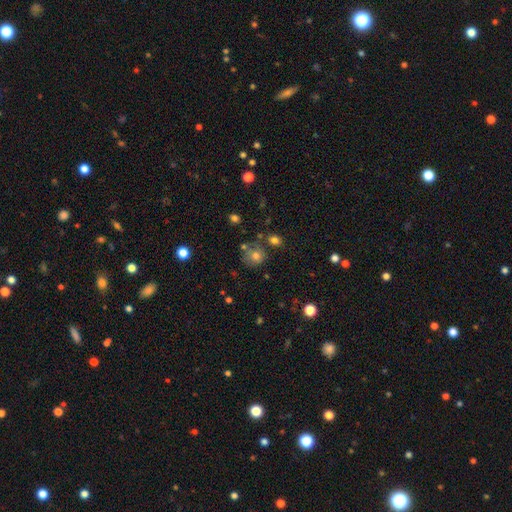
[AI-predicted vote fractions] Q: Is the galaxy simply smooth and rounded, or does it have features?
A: smooth — 73%.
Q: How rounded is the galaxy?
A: round — 81%.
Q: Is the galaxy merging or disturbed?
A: none — 63%.